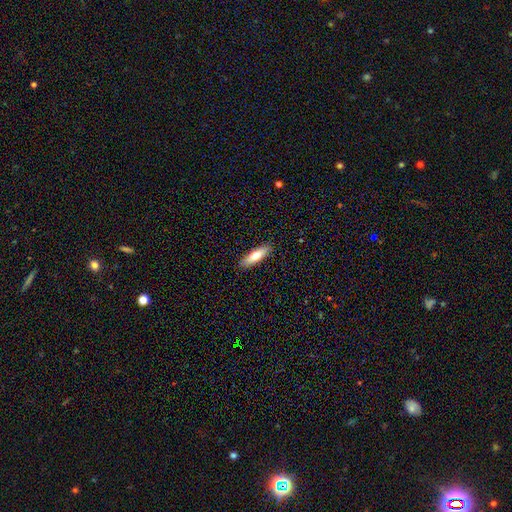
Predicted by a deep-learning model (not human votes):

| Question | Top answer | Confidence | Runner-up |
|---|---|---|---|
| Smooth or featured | smooth | 66% | featured or disk (29%) |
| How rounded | cigar-shaped | 59% | in between (38%) |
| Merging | none | 90% | minor disturbance (8%) |